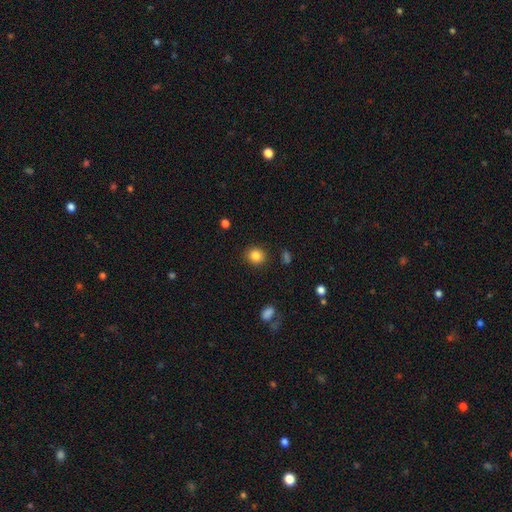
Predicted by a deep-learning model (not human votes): A smooth galaxy with no disk features (84%) that is round (81%). Merging: none (89%).